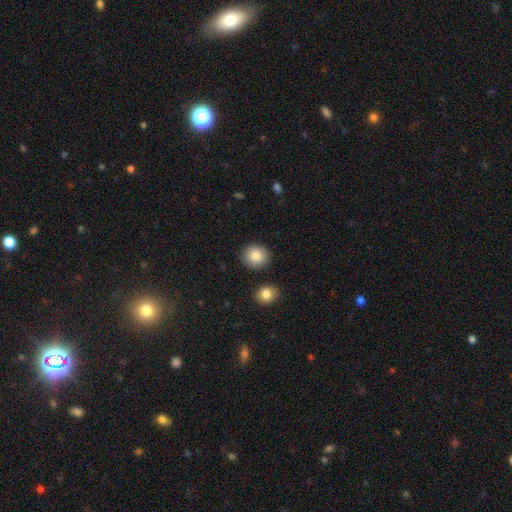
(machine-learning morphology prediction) smooth-or-featured: smooth: 87% | star or artifact: 7% | featured or disk: 6%
  how-rounded: round: 81% | in between: 19% | cigar-shaped: 1%
  merging: none: 87% | minor disturbance: 8% | merger: 4% | major disturbance: 2%